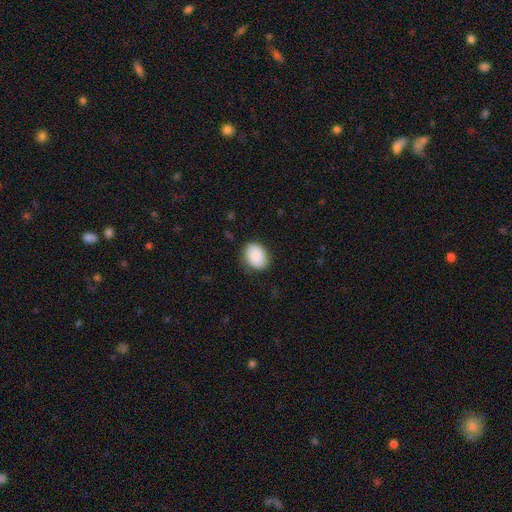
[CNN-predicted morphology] This appears to be a smooth galaxy with no disk features (87%) that is in between round and cigar-shaped (66%). Merging: none (82%).